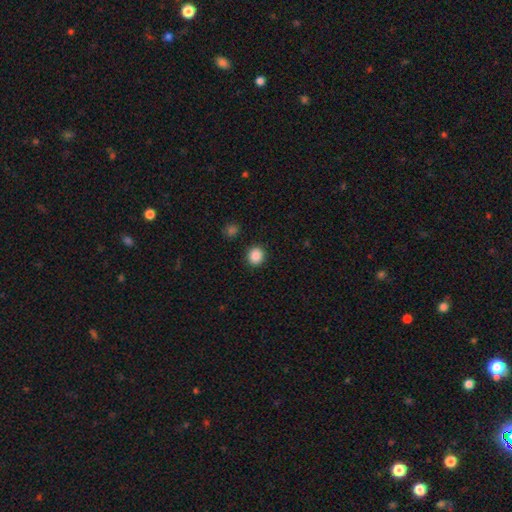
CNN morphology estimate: Smooth or featured?
  - smooth: 87% *
  - star or artifact: 10%
  - featured or disk: 3%
How rounded?
  - round: 88% *
  - in between: 11%
  - cigar-shaped: 1%
Merging?
  - none: 91% *
  - minor disturbance: 5%
  - major disturbance: 2%
  - merger: 2%